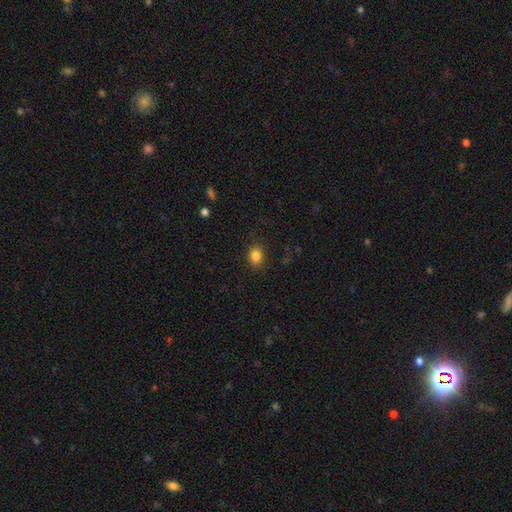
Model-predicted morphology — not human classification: Smooth or featured?
  - smooth: 84% *
  - star or artifact: 11%
  - featured or disk: 5%
How rounded?
  - round: 51% *
  - in between: 48%
  - cigar-shaped: 1%
Merging?
  - none: 85% *
  - minor disturbance: 11%
  - major disturbance: 3%
  - merger: 1%